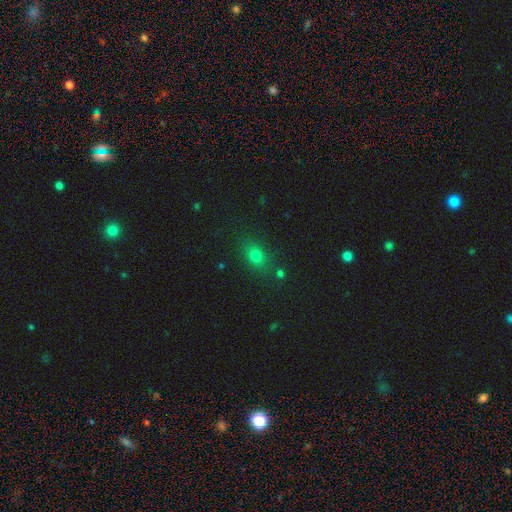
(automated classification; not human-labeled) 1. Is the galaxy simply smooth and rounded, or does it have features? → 74% smooth, 17% star or artifact, 9% featured or disk.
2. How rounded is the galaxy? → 62% in between, 34% round, 4% cigar-shaped.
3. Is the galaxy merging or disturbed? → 78% none, 13% minor disturbance, 5% merger, 4% major disturbance.